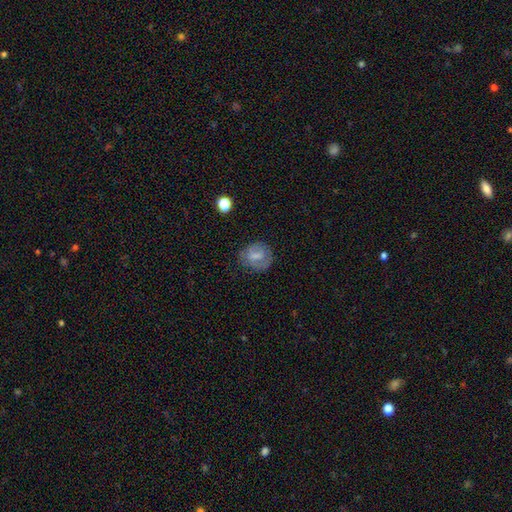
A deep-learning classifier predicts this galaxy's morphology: smooth-or-featured: smooth: 54% | featured or disk: 36% | star or artifact: 9%
  how-rounded: round: 69% | in between: 30% | cigar-shaped: 1%
  merging: none: 66% | minor disturbance: 22% | major disturbance: 11% | merger: 2%